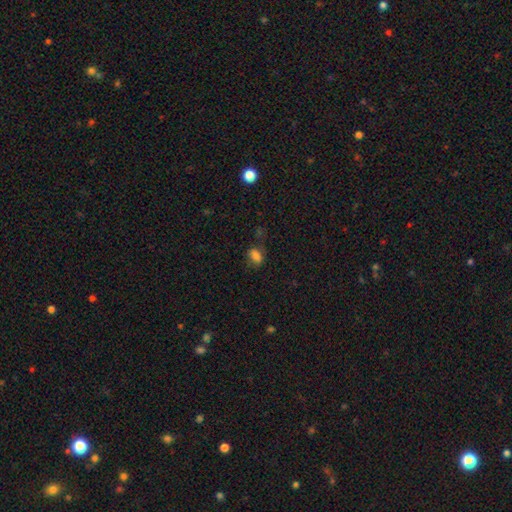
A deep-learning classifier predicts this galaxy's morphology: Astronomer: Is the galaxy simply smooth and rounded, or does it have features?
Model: smooth — 73%.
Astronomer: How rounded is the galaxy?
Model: in between — 80%.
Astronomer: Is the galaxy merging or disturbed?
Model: none — 58%.